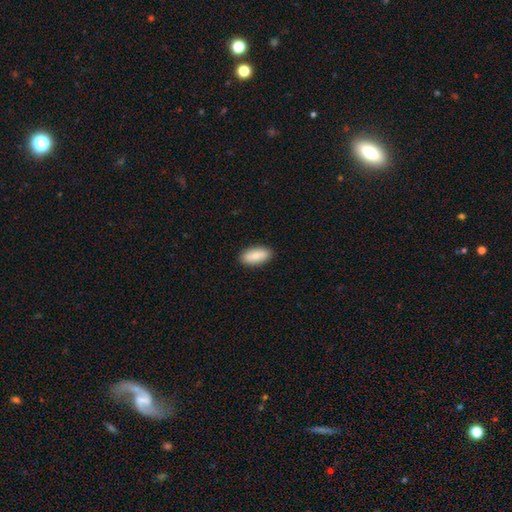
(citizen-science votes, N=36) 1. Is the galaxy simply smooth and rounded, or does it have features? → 81% smooth, 17% featured or disk, 3% star or artifact.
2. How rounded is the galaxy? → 90% in between, 10% cigar-shaped, 0% round.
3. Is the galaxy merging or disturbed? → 100% none, 0% minor disturbance, 0% major disturbance, 0% merger.